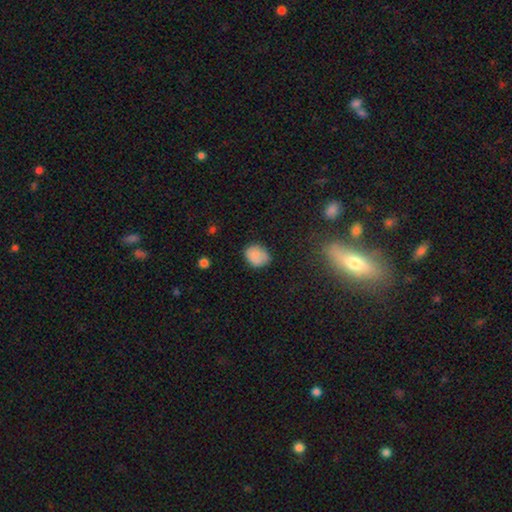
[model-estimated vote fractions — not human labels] A smooth galaxy with no disk features (81%) that is in between round and cigar-shaped (55%). Merging: none (70%).